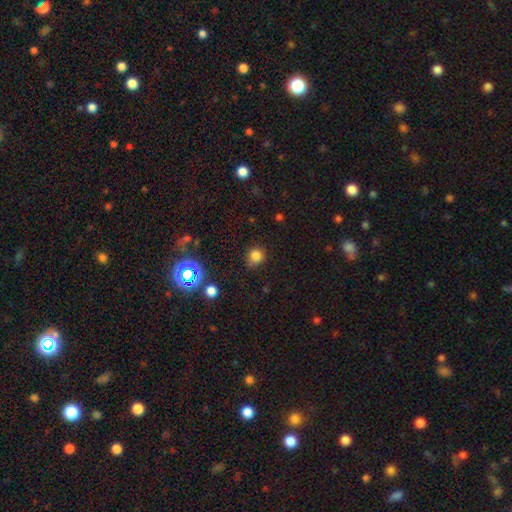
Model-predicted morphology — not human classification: This is likely a smooth galaxy (78%). How rounded: clearly round (82%). Merging: likely none (77%).